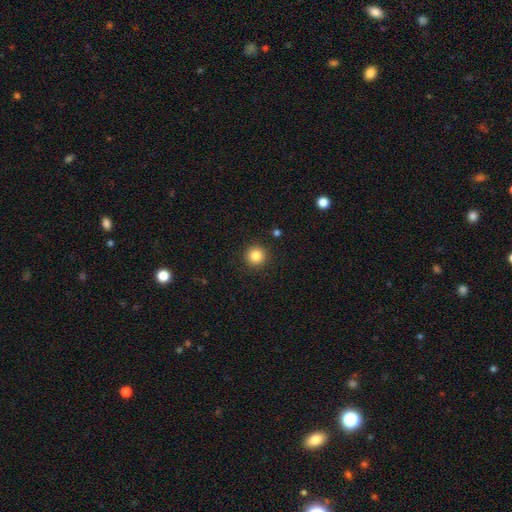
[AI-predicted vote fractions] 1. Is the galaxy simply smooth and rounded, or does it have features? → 85% smooth, 11% star or artifact, 5% featured or disk.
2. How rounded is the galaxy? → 95% round, 4% in between, 1% cigar-shaped.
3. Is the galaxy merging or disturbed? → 91% none, 5% minor disturbance, 2% major disturbance, 1% merger.